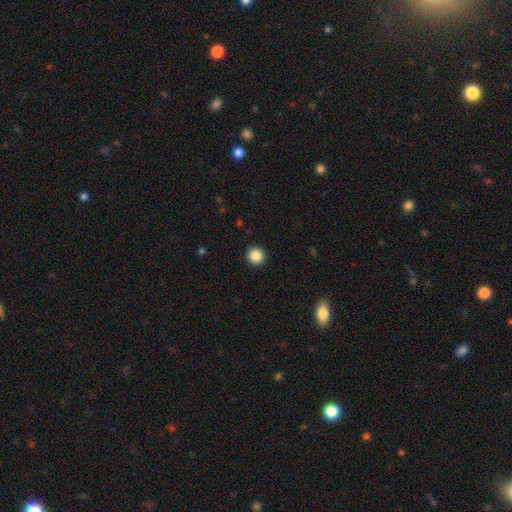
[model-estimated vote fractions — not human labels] smooth-or-featured: smooth: 87% | star or artifact: 10% | featured or disk: 3%
  how-rounded: round: 95% | in between: 4% | cigar-shaped: 1%
  merging: none: 93% | minor disturbance: 4% | major disturbance: 2% | merger: 1%